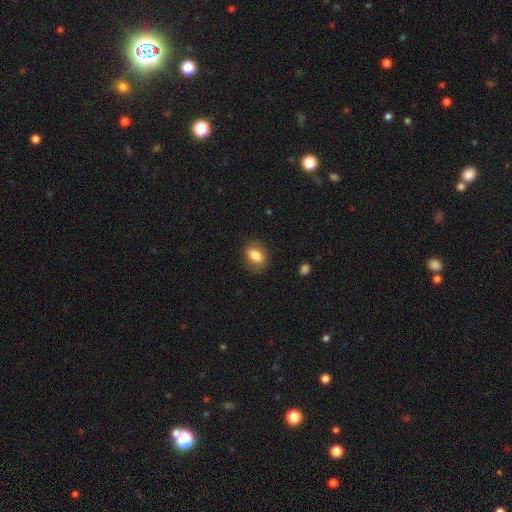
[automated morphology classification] Smooth or featured: smooth — 82% (featured or disk — 10%)
How rounded: in between — 78% (round — 19%)
Merging: none — 80% (minor disturbance — 14%)